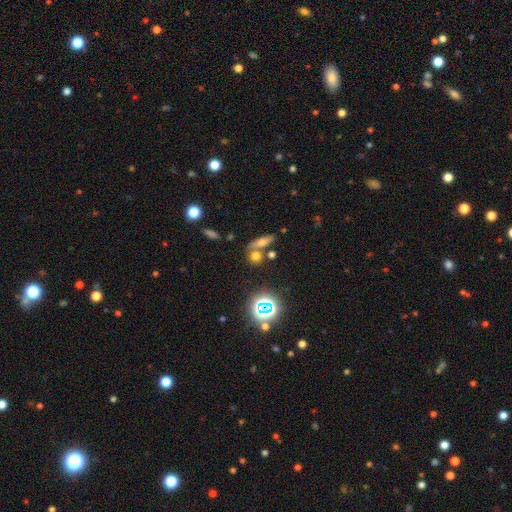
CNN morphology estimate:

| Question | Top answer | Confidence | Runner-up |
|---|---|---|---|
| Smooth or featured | smooth | 61% | star or artifact (24%) |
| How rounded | round | 51% | in between (33%) |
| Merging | none | 59% | merger (28%) |